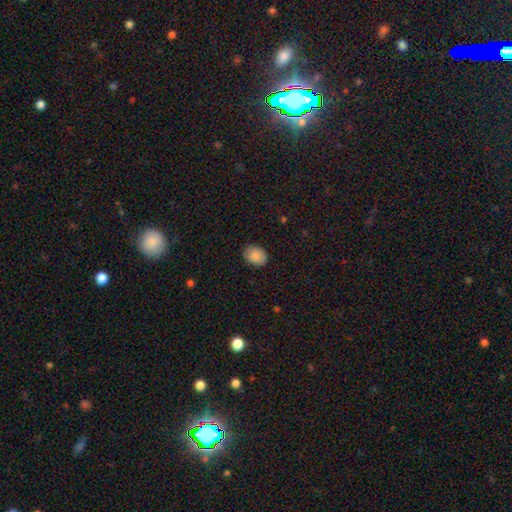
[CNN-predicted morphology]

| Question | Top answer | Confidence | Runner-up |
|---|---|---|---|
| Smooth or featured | smooth | 88% | star or artifact (7%) |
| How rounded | in between | 71% | round (29%) |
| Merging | none | 84% | minor disturbance (13%) |